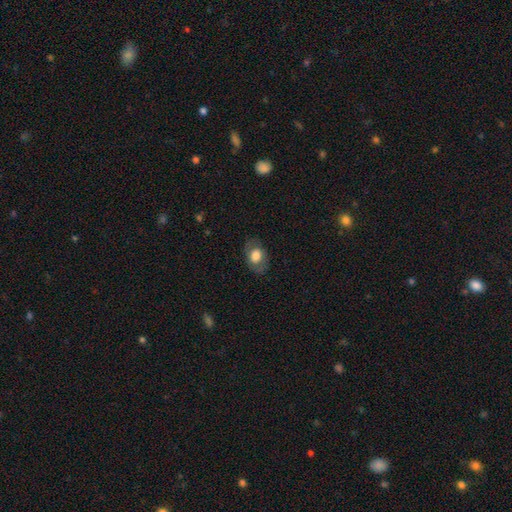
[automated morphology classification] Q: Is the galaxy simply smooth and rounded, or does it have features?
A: smooth — 67%.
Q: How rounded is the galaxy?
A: in between — 79%.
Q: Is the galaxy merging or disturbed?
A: none — 78%.